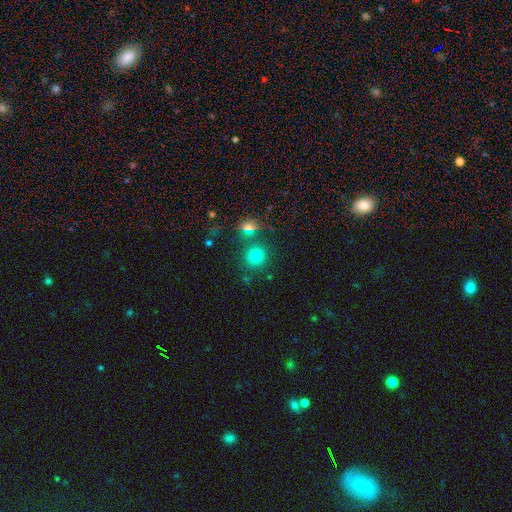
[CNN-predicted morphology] The model was most divided on "smooth or featured": smooth: 75%, star or artifact: 18%, featured or disk: 7%. More confident: how rounded — round (89%); merging — none (76%).